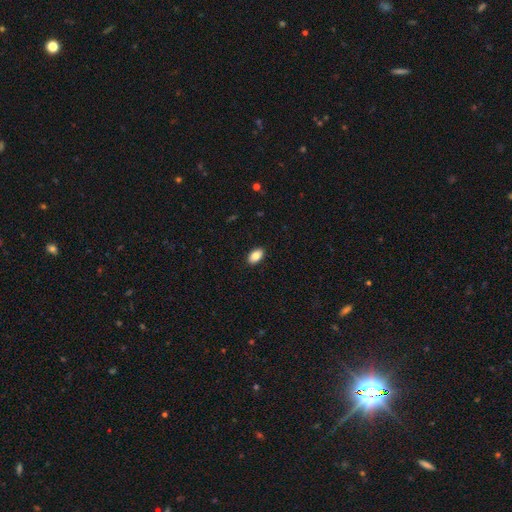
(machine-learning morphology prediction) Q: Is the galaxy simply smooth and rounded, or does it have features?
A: smooth — 85%.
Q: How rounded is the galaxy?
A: in between — 92%.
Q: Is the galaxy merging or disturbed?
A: none — 90%.